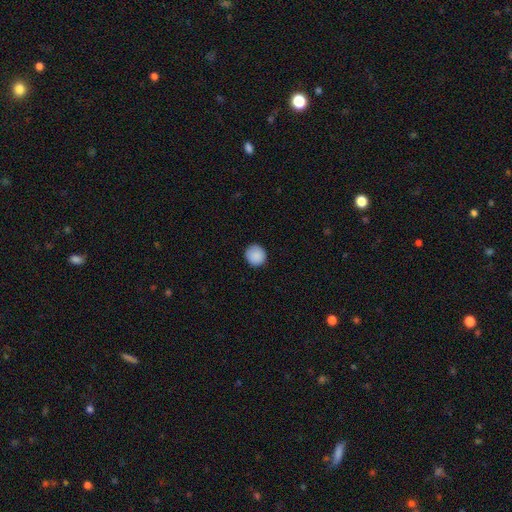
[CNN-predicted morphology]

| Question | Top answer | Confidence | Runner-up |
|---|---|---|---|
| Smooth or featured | smooth | 89% | star or artifact (8%) |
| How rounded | round | 93% | in between (6%) |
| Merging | none | 91% | minor disturbance (6%) |